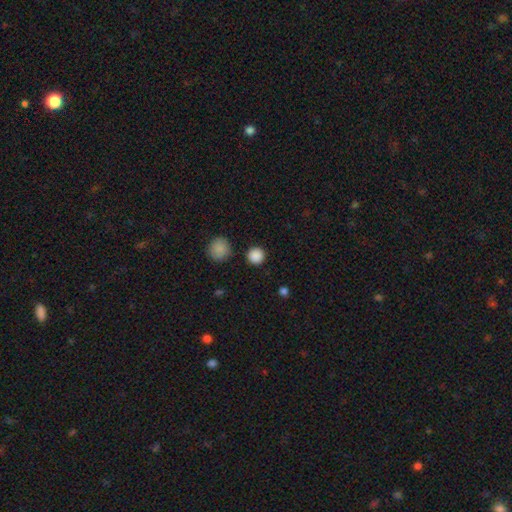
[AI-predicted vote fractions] A smooth galaxy with no disk features (86%) that is round (95%).

Vote fractions:
- Smooth or featured? smooth: 86% / star or artifact: 11% / featured or disk: 3%
- How rounded? round: 95% / in between: 4% / cigar-shaped: 1%
- Merging? none: 89% / minor disturbance: 6% / merger: 3% / major disturbance: 2%